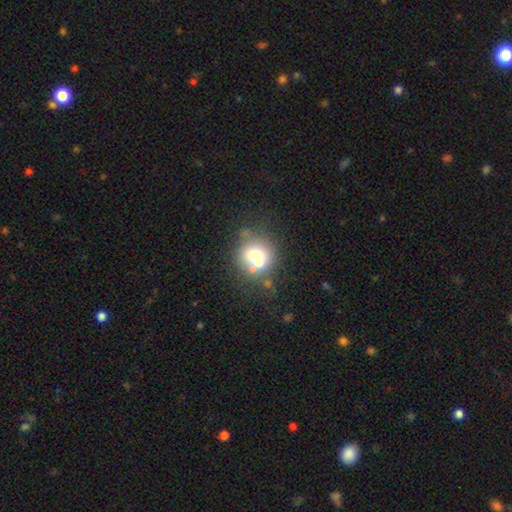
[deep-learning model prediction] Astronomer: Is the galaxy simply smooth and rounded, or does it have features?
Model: smooth — 59%.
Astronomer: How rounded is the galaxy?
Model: round — 80%.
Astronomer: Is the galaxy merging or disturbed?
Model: merger — 42% (runner-up: none, 41%).